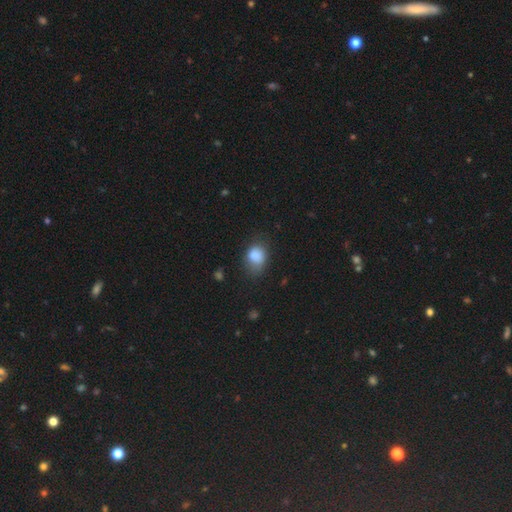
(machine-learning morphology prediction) smooth 84%, star or artifact 9%, featured or disk 7%. Down the decision tree: how rounded — in between (58%); merging — none (54%).